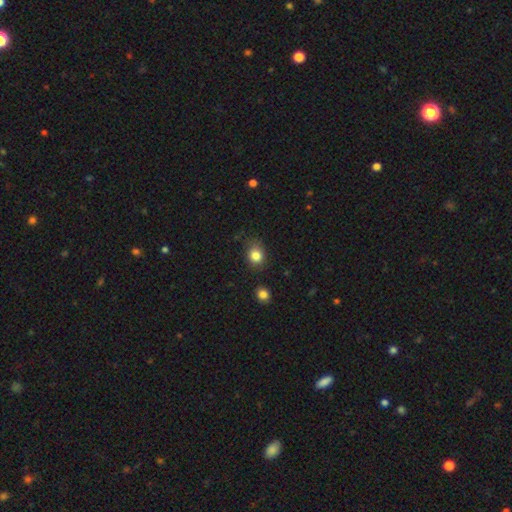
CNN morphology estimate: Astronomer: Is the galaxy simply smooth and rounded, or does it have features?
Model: smooth — 83%.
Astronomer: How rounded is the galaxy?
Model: round — 64%.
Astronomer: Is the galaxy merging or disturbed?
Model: none — 73%.